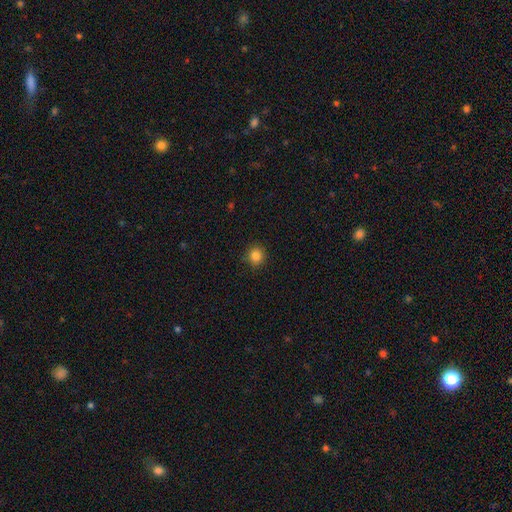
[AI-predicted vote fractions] Q: Smooth or featured?
A: smooth (83%); runner-up: star or artifact (12%)
Q: How rounded?
A: round (90%); runner-up: in between (9%)
Q: Merging?
A: none (90%); runner-up: minor disturbance (7%)